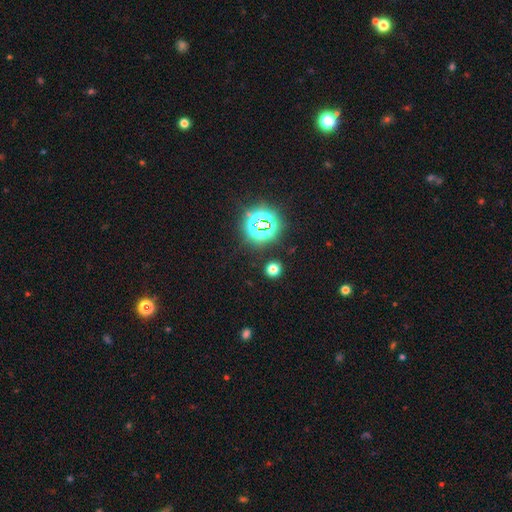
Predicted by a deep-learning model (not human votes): The model was most divided on "smooth or featured": star or artifact: 72%, smooth: 22%, featured or disk: 6%.